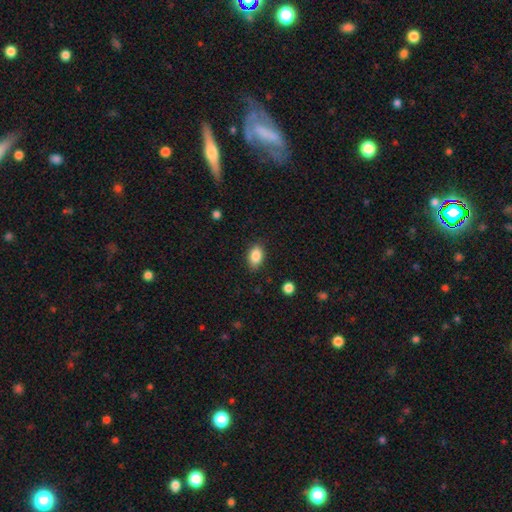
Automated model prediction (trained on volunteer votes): This appears to be a smooth galaxy with no disk features (86%) that is in between round and cigar-shaped (89%). Merging: none (85%).